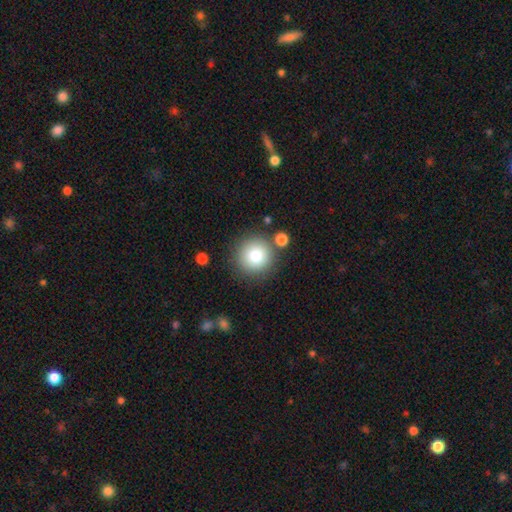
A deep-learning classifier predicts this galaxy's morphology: This appears to be a smooth galaxy with no disk features (80%) that is round (95%). Merging: none (82%).